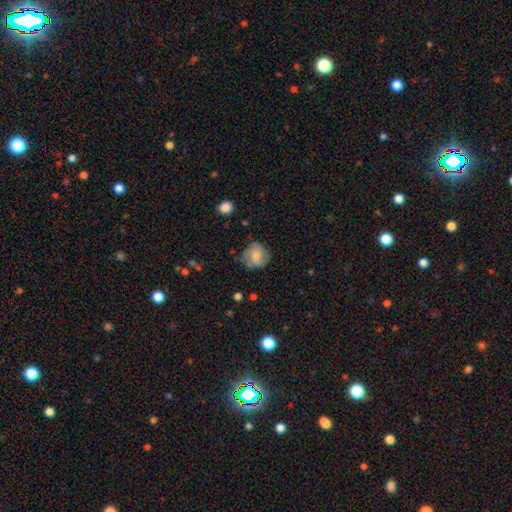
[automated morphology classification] smooth-or-featured: featured or disk: 54% | smooth: 39% | star or artifact: 7%
  disk-edge-on: no: 98% | yes: 2%
    bar: no: 65% | weak: 30% | strong: 5%
    has-spiral-arms: yes: 87% | no: 13%
    bulge-size: small: 45% | moderate: 44% | none: 6% | large: 3% | dominant: 1%
  merging: none: 70% | minor disturbance: 21% | major disturbance: 7% | merger: 2%